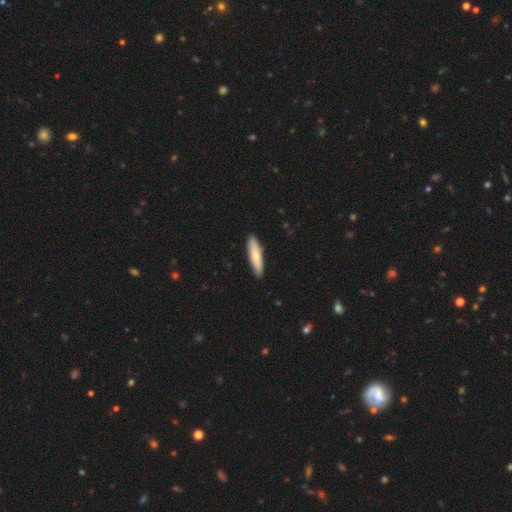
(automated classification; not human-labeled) Smooth or featured? smooth (73%)
How rounded? cigar-shaped (78%)
Merging? none (90%)